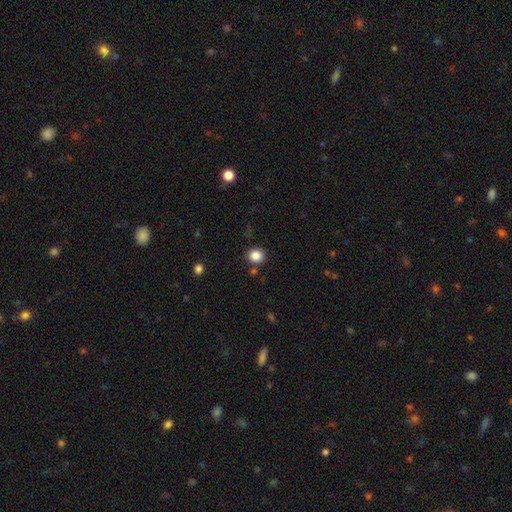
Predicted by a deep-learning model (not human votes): Smooth or featured? smooth (86%)
How rounded? round (83%)
Merging? none (83%)